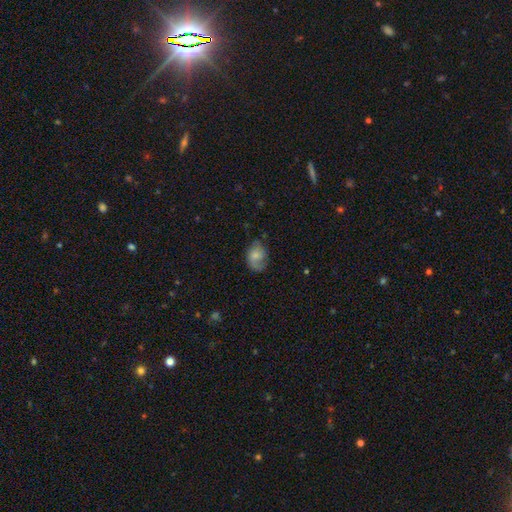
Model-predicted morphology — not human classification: smooth 62%, featured or disk 30%, star or artifact 8%. Down the decision tree: how rounded — in between (72%); merging — none (54%).